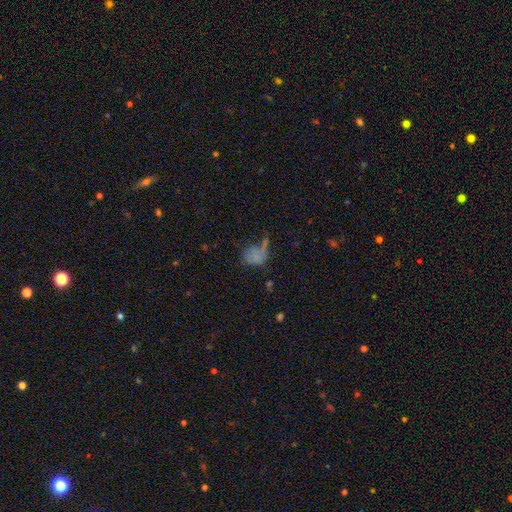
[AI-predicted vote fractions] Morphology: type=smooth (67%); roundness=in between (59%); merging=none (33%).